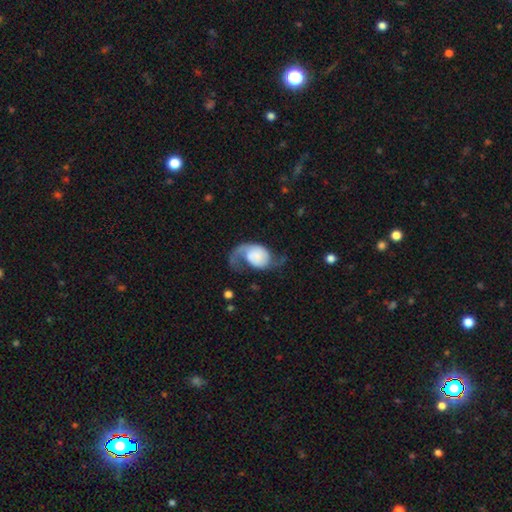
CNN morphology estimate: Smooth or featured? featured or disk (66%)
Edge-on disk? no (97%)
Bar? no (75%)
Spiral arms? yes (90%)
Spiral winding? loose (63%)
Spiral arm count? 2 (59%)
Bulge size? none (33%)
Merging? major disturbance (37%, tied with none)